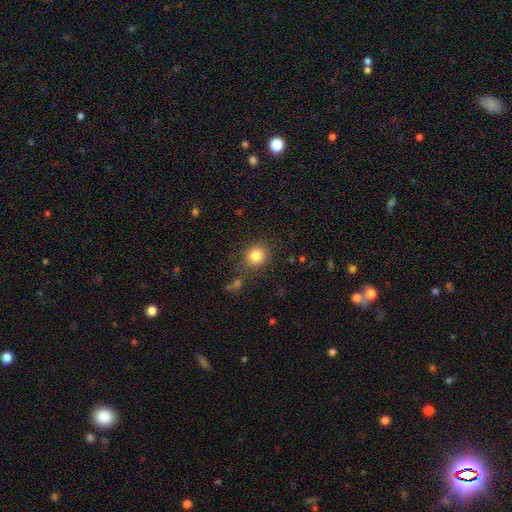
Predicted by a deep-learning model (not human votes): Smooth or featured?
  - smooth: 83% *
  - star or artifact: 11%
  - featured or disk: 6%
How rounded?
  - round: 90% *
  - in between: 9%
  - cigar-shaped: 1%
Merging?
  - none: 83% *
  - minor disturbance: 9%
  - merger: 4%
  - major disturbance: 4%